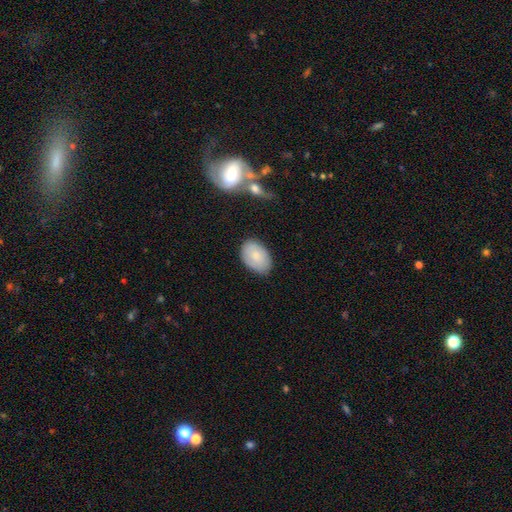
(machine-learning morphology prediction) This appears to be a smooth galaxy with no disk features (78%) that is in between round and cigar-shaped (86%). Merging: none (79%).